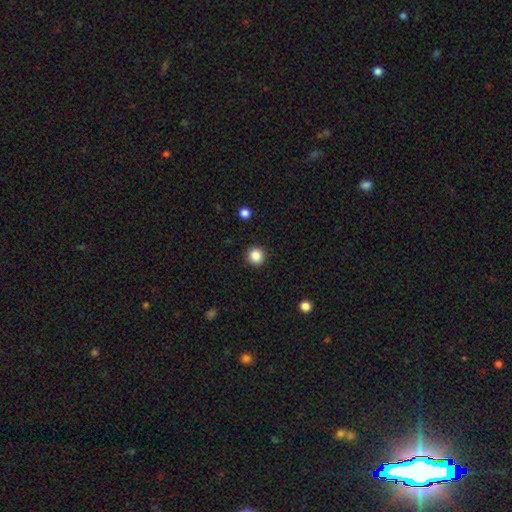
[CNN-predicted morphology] Smooth or featured: smooth — 87% (star or artifact — 10%)
How rounded: round — 95% (in between — 4%)
Merging: none — 92% (minor disturbance — 5%)